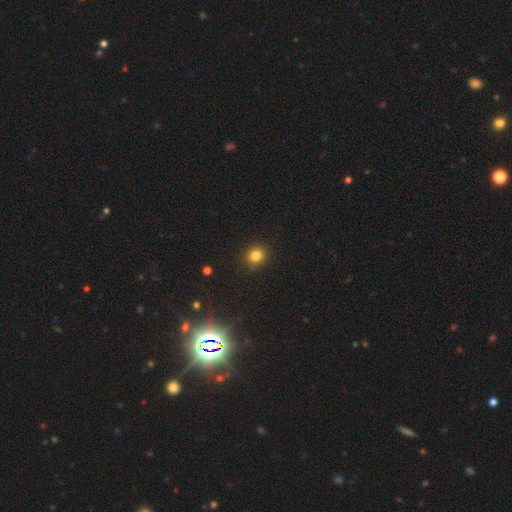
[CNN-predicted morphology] Smooth or featured: smooth — 82% (star or artifact — 13%)
How rounded: round — 88% (in between — 11%)
Merging: none — 90% (minor disturbance — 7%)